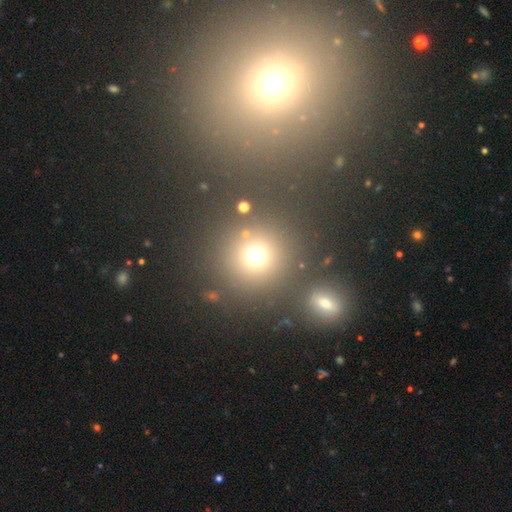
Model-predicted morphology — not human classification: smooth-or-featured: smooth: 67% | star or artifact: 25% | featured or disk: 8%
  how-rounded: round: 94% | in between: 5% | cigar-shaped: 1%
  merging: none: 75% | merger: 12% | minor disturbance: 7% | major disturbance: 5%